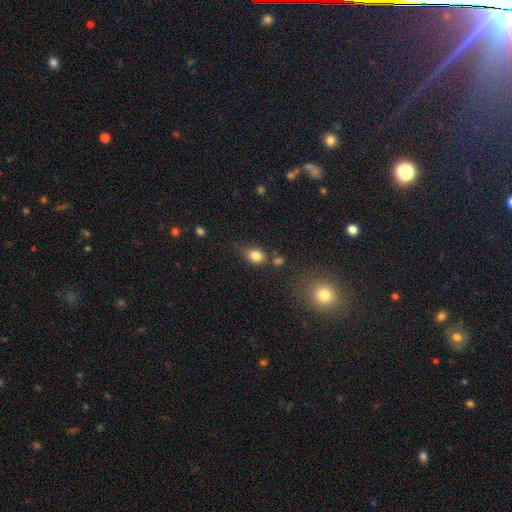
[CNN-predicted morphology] A smooth galaxy with no disk features (81%) that is in between round and cigar-shaped (59%). Merging: none (56%).